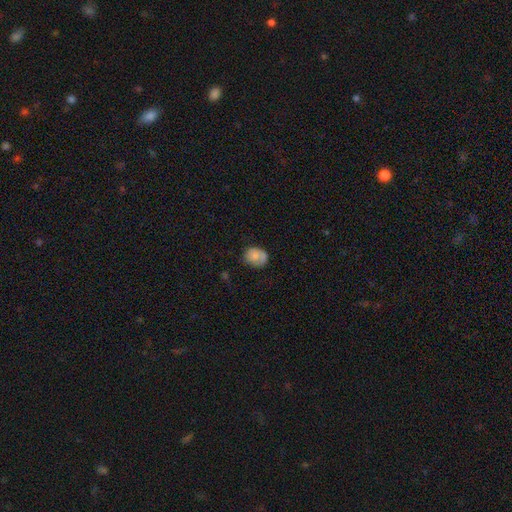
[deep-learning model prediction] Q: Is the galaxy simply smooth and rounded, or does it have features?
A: smooth — 74%.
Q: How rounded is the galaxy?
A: round — 52%.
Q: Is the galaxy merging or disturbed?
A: none — 56%.